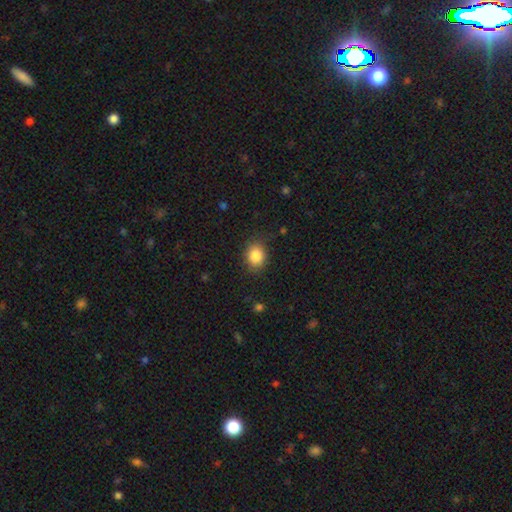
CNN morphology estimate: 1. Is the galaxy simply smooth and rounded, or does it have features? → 86% smooth, 9% star or artifact, 5% featured or disk.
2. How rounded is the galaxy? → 51% round, 48% in between, 1% cigar-shaped.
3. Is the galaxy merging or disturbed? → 83% none, 13% minor disturbance, 3% major disturbance, 1% merger.